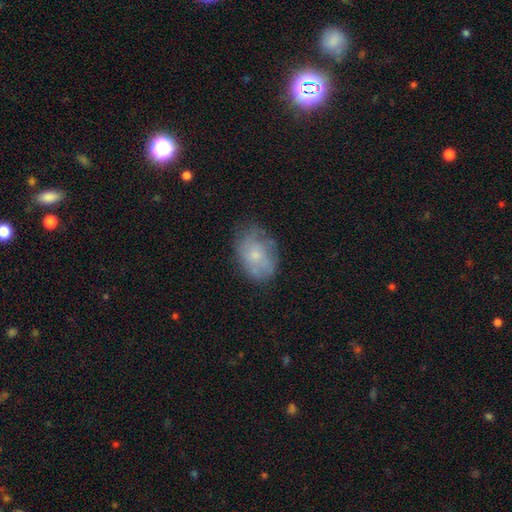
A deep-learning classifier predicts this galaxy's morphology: Smooth or featured? Predicted: smooth (p=0.48). Merging? Predicted: none (p=0.62).